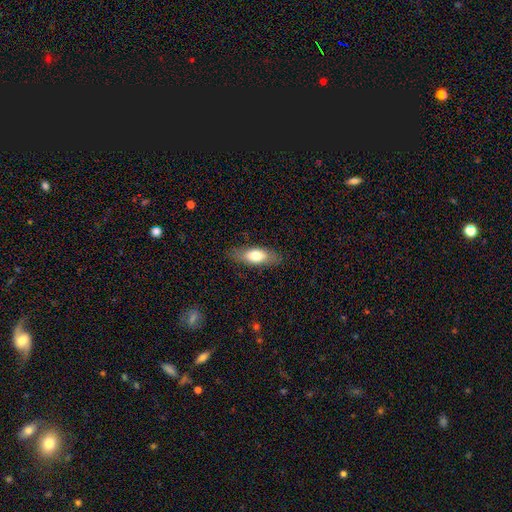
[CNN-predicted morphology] This appears to be a smooth galaxy with no disk features (70%) that is in between round and cigar-shaped (73%). Merging: none (82%).